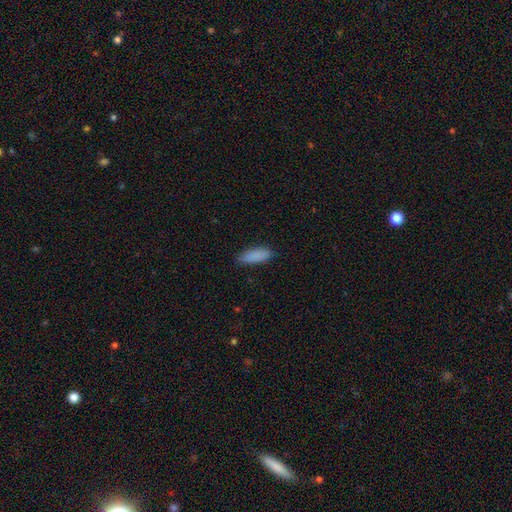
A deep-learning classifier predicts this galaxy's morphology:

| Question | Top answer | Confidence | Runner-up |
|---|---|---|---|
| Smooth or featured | smooth | 88% | star or artifact (7%) |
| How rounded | in between | 66% | cigar-shaped (32%) |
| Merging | none | 84% | minor disturbance (13%) |